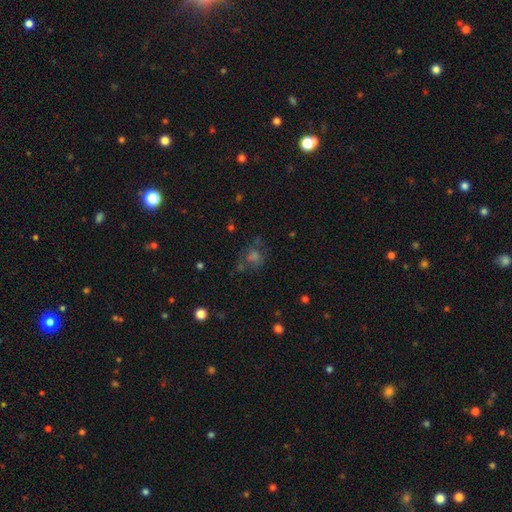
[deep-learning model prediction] This is marginally a smooth galaxy (42%). Merging: likely none (61%).